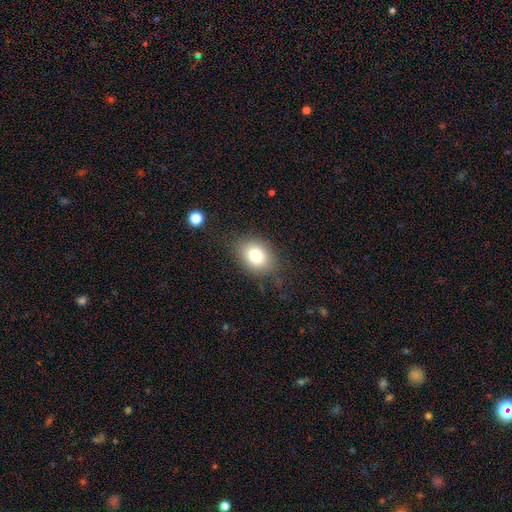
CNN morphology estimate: smooth_or_featured: smooth (p=0.77) [alt: featured or disk p=0.12]
how_rounded: in between (p=0.63) [alt: round p=0.36]
merging: none (p=0.80) [alt: minor disturbance p=0.14]